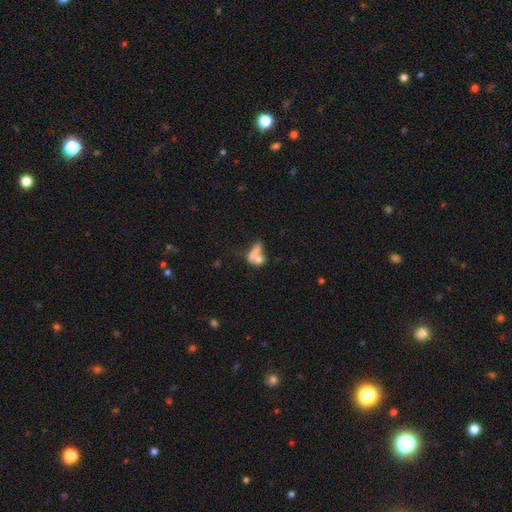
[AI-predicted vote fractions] A smooth galaxy with no disk features (67%) that is in between round and cigar-shaped (52%).

Vote fractions:
- Smooth or featured? smooth: 67% / featured or disk: 22% / star or artifact: 11%
- How rounded? in between: 52% / cigar-shaped: 24% / round: 23%
- Merging? merger: 47% / none: 28% / major disturbance: 13% / minor disturbance: 12%